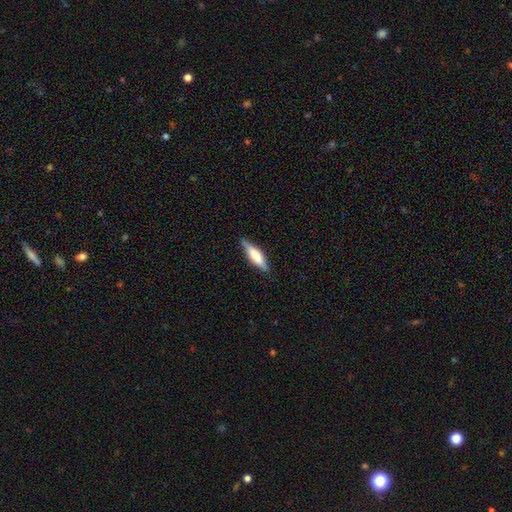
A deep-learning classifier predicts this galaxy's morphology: A smooth galaxy with no disk features (54%) that is cigar-shaped (72%).

Vote fractions:
- Smooth or featured? smooth: 54% / featured or disk: 41% / star or artifact: 6%
- How rounded? cigar-shaped: 72% / in between: 26% / round: 2%
- Merging? none: 87% / minor disturbance: 10% / major disturbance: 2% / merger: 1%